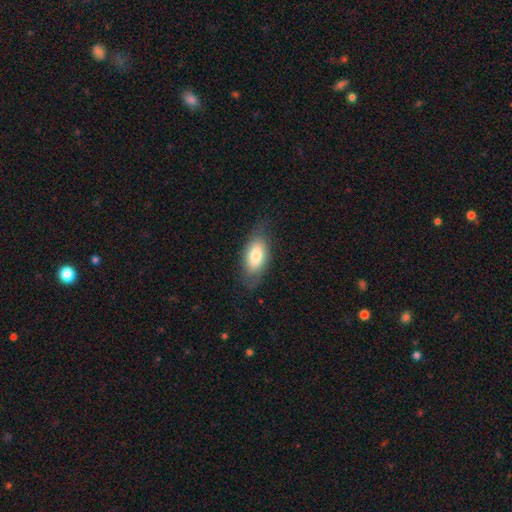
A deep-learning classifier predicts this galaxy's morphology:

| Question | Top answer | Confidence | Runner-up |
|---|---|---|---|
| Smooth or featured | smooth | 74% | featured or disk (20%) |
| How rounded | in between | 90% | cigar-shaped (6%) |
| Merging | none | 73% | minor disturbance (20%) |